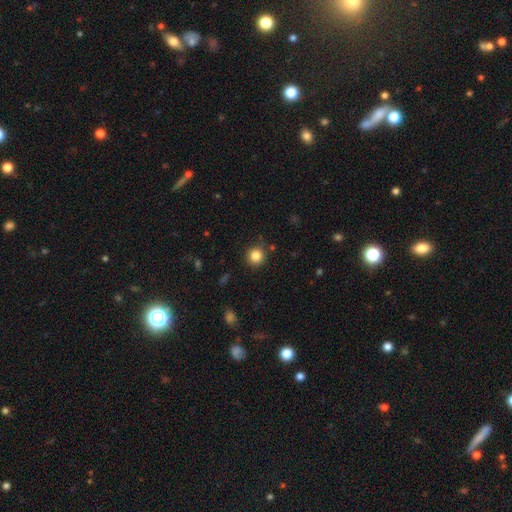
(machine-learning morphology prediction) smooth-or-featured: smooth: 84% | star or artifact: 11% | featured or disk: 4%
  how-rounded: round: 93% | in between: 6% | cigar-shaped: 1%
  merging: none: 86% | minor disturbance: 9% | major disturbance: 3% | merger: 2%